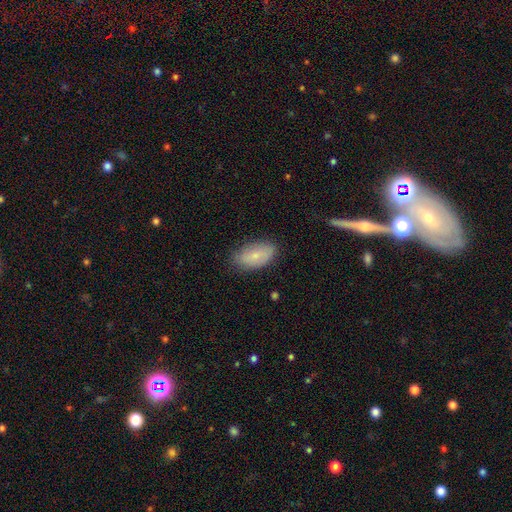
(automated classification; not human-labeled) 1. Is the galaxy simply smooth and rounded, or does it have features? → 73% smooth, 20% featured or disk, 7% star or artifact.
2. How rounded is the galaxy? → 93% in between, 4% round, 3% cigar-shaped.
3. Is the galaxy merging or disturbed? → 78% none, 18% minor disturbance, 4% major disturbance, 1% merger.